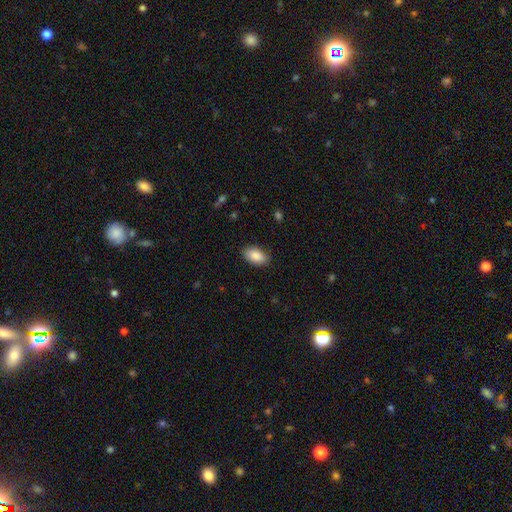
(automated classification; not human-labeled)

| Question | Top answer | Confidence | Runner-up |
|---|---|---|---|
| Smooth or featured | smooth | 89% | star or artifact (6%) |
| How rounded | in between | 94% | round (4%) |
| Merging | none | 87% | minor disturbance (10%) |